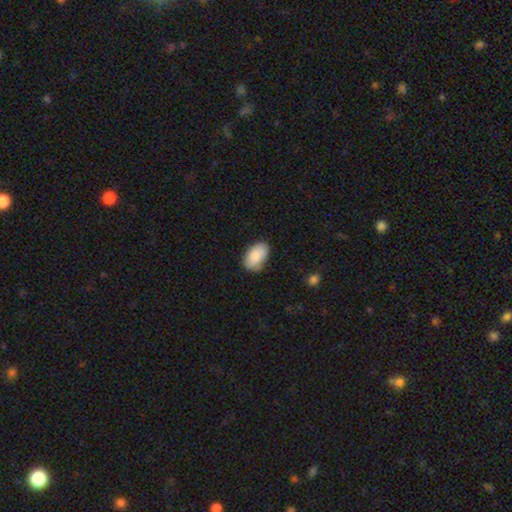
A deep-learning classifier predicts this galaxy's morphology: The model was most divided on "merging": none: 74%, minor disturbance: 20%, major disturbance: 4%, merger: 2%. More confident: how rounded — in between (93%); smooth or featured — smooth (87%).